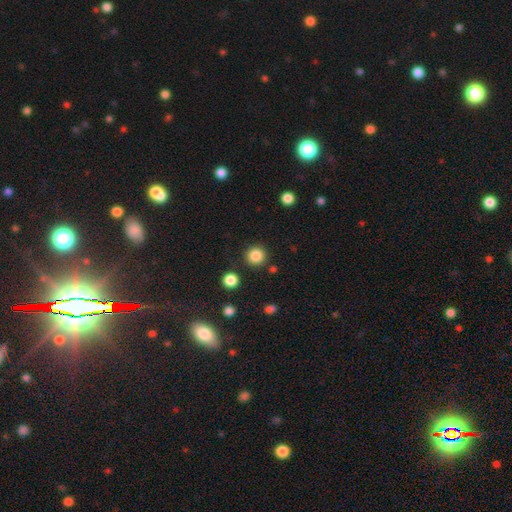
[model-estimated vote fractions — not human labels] A smooth galaxy with no disk features (85%) that is round (94%). Merging: none (88%).